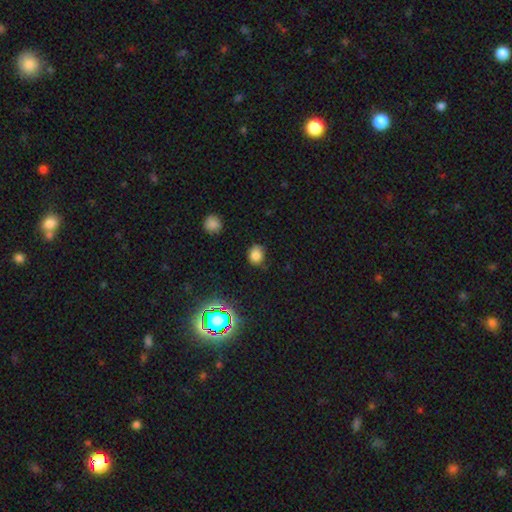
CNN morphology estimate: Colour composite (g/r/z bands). It shows a smooth galaxy with no disk features (79%) that is round (60%). Merging: none (72%).